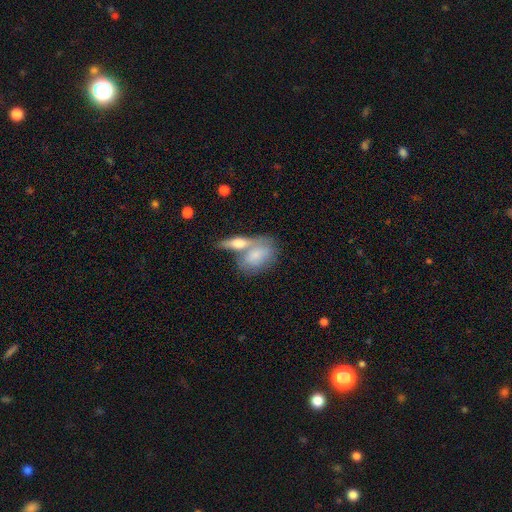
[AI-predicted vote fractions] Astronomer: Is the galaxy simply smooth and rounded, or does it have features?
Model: smooth — 68%.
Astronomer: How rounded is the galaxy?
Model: in between — 81%.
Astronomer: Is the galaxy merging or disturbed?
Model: merger — 50% (runner-up: none, 33%).